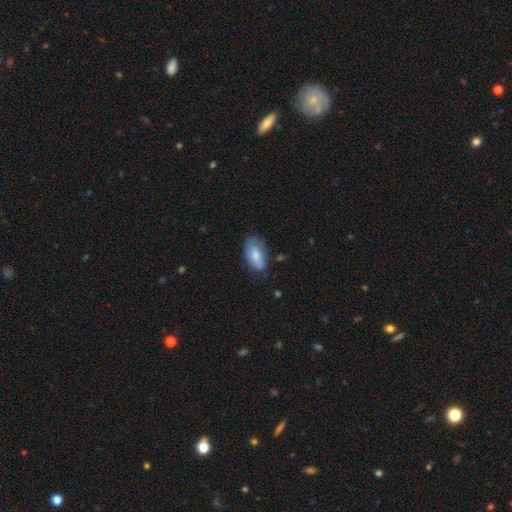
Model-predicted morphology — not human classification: The model was most divided on "merging": none: 61%, minor disturbance: 29%, major disturbance: 8%, merger: 2%. More confident: how rounded — in between (91%); smooth or featured — smooth (74%).